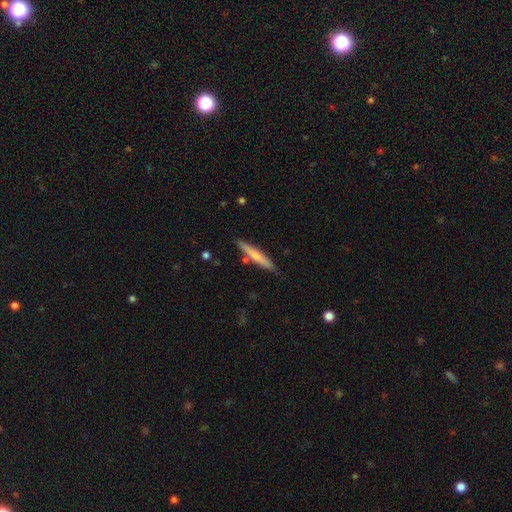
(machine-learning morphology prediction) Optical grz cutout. It shows a smooth galaxy with no disk features (57%) that is cigar-shaped (92%). Merging: none (82%).